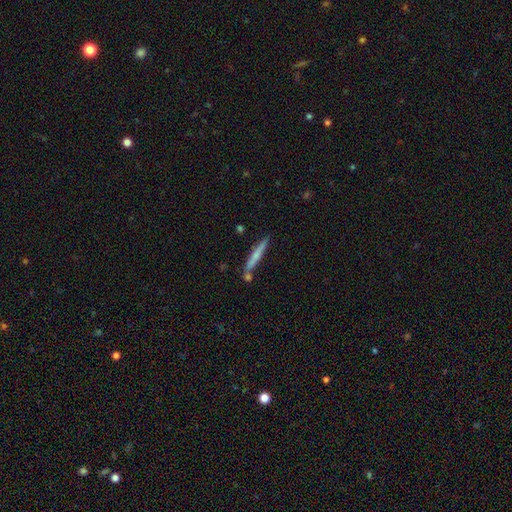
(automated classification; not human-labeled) This is possibly a smooth galaxy (59%). How rounded: clearly cigar-shaped (95%). Merging: likely none (75%).